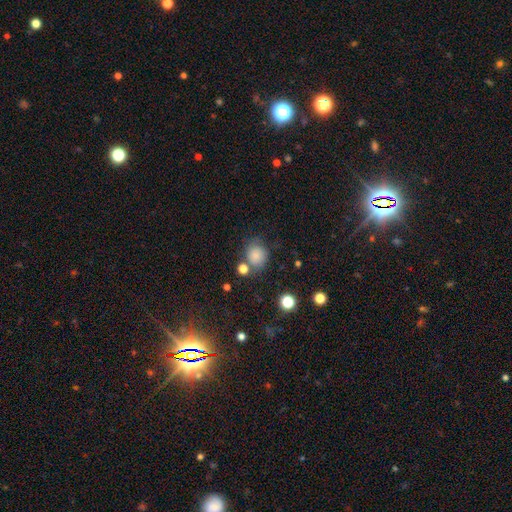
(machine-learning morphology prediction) Smooth or featured? smooth (80%)
How rounded? round (76%)
Merging? none (65%)